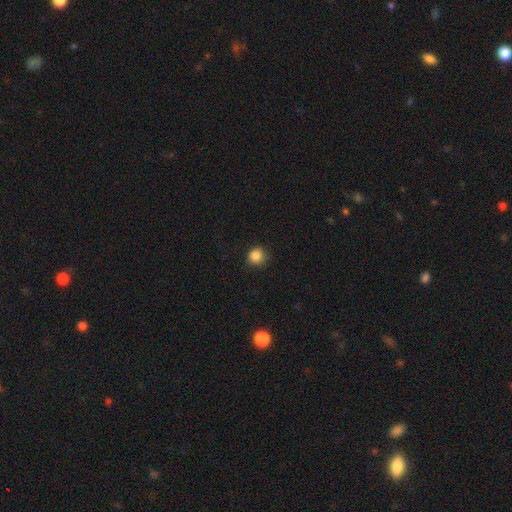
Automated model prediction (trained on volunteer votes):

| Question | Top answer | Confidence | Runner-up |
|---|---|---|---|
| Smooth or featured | smooth | 85% | star or artifact (11%) |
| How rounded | round | 91% | in between (8%) |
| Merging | none | 84% | minor disturbance (12%) |